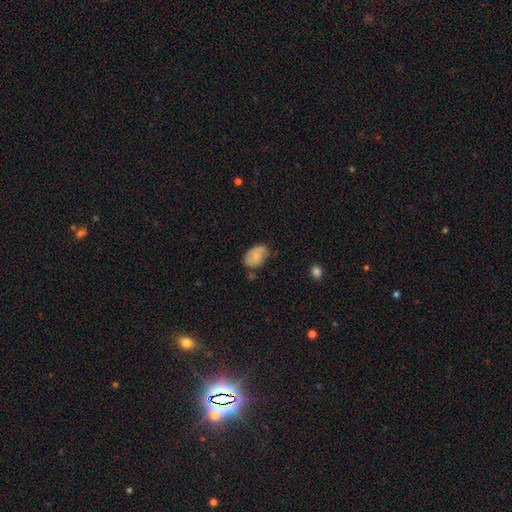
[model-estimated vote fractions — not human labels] smooth 71%, featured or disk 21%, star or artifact 8%. Down the decision tree: how rounded — in between (84%); merging — none (60%).